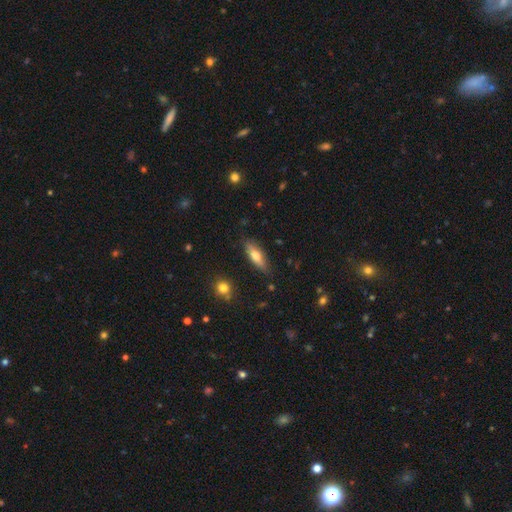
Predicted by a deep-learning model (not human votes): Smooth or featured? Predicted: smooth (p=0.60). How rounded? Predicted: cigar-shaped (p=0.51). Merging? Predicted: none (p=0.84).